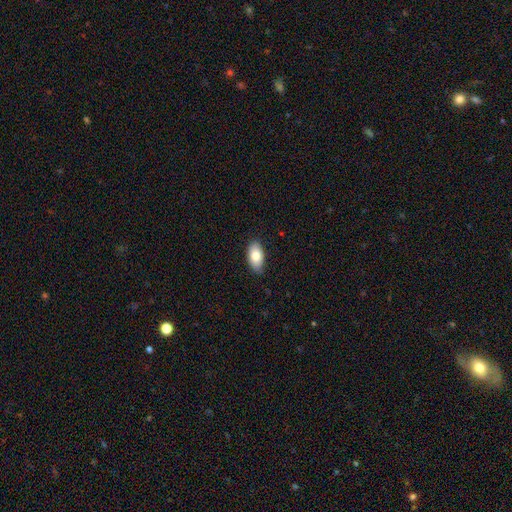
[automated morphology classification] Q: Smooth or featured?
A: smooth (82%); runner-up: featured or disk (11%)
Q: How rounded?
A: in between (94%); runner-up: round (4%)
Q: Merging?
A: none (84%); runner-up: minor disturbance (14%)